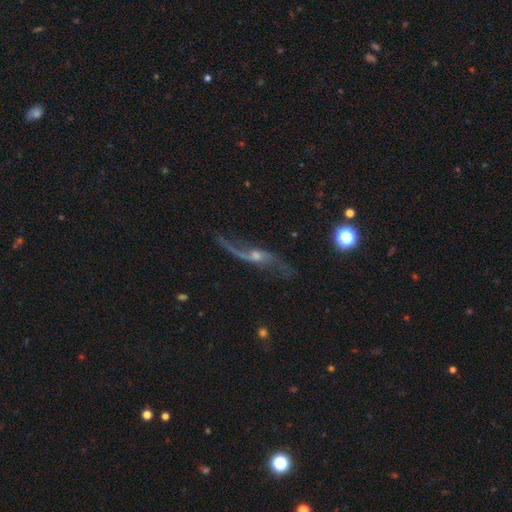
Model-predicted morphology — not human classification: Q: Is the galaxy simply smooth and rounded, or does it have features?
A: featured or disk — 84%.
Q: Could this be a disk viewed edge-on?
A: no — 73%.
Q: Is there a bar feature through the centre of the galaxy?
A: no — 56%.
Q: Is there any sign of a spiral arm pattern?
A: yes — 93%.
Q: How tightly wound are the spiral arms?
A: loose — 88%.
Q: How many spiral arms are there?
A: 2 — 90%.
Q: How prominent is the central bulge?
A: small — 51%.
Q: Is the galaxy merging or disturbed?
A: none — 69%.